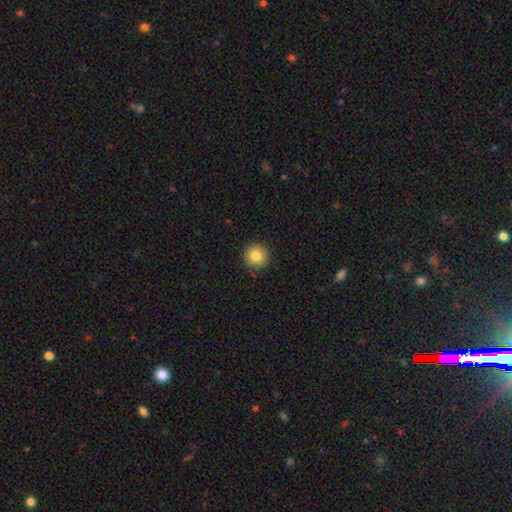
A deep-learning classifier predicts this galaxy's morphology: The model was most divided on "smooth or featured": smooth: 83%, star or artifact: 10%, featured or disk: 7%. More confident: how rounded — round (96%); merging — none (91%).